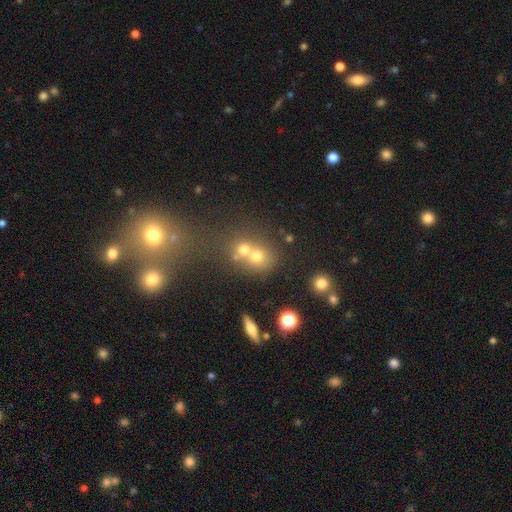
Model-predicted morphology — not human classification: Smooth or featured?
  - smooth: 61% *
  - star or artifact: 23%
  - featured or disk: 17%
How rounded?
  - round: 74% *
  - in between: 25%
  - cigar-shaped: 2%
Merging?
  - merger: 47% *
  - none: 41%
  - minor disturbance: 8%
  - major disturbance: 4%